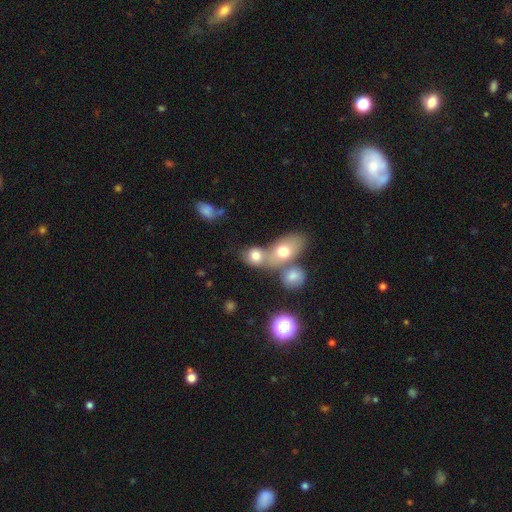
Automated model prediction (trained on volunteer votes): Smooth or featured?
  - smooth: 73% *
  - featured or disk: 15%
  - star or artifact: 11%
How rounded?
  - in between: 51% *
  - round: 47%
  - cigar-shaped: 2%
Merging?
  - merger: 55% *
  - none: 31%
  - minor disturbance: 9%
  - major disturbance: 5%